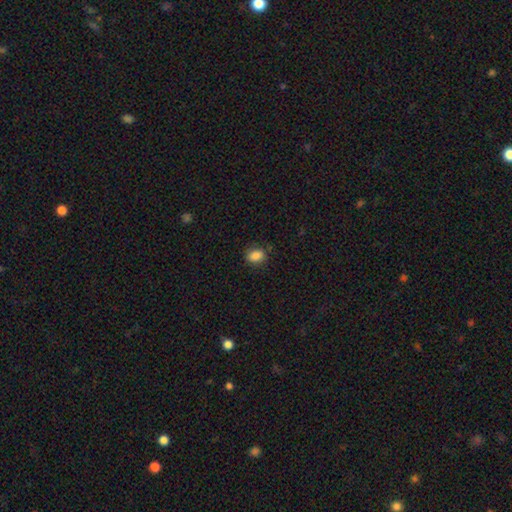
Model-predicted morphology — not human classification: A smooth galaxy with no disk features (86%) that is in between round and cigar-shaped (69%). Merging: none (82%).